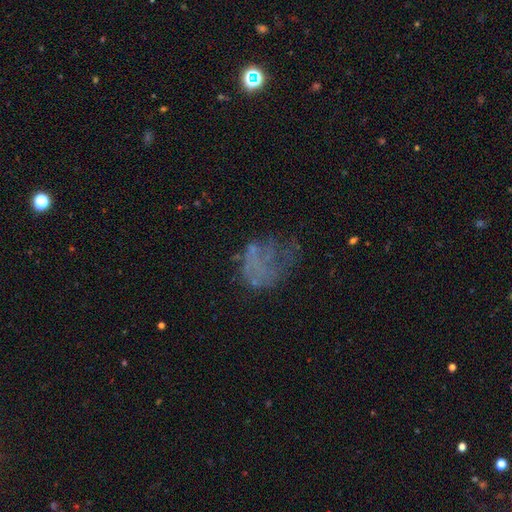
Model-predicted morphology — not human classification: Smooth or featured?
  - featured or disk: 47% *
  - smooth: 33%
  - star or artifact: 20%
Merging?
  - major disturbance: 41% *
  - none: 36%
  - minor disturbance: 17%
  - merger: 6%